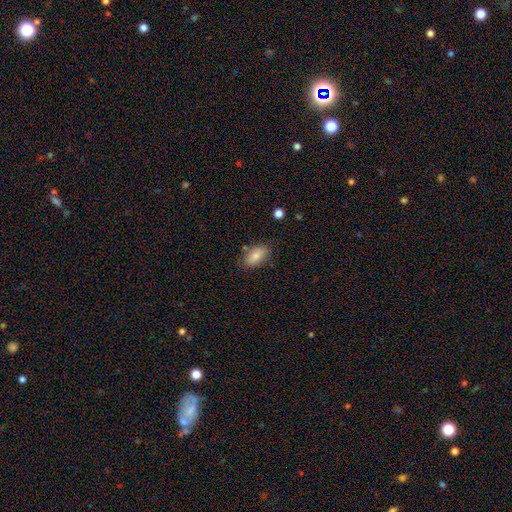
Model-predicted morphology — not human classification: The model was most divided on "merging": none: 74%, minor disturbance: 18%, major disturbance: 4%, merger: 4%. More confident: how rounded — in between (91%); smooth or featured — smooth (81%).